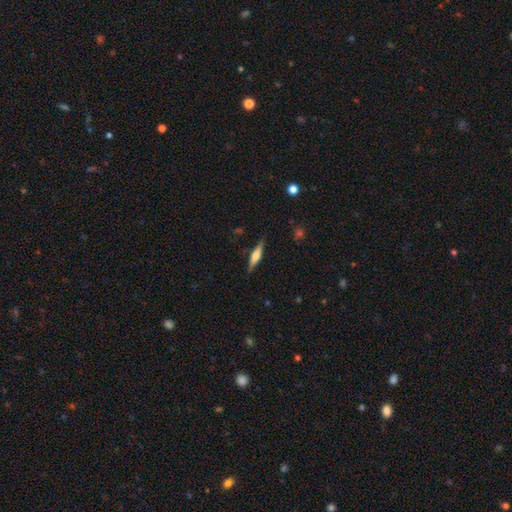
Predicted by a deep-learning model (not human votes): Smooth or featured? featured or disk (60%)
Edge-on disk? yes (97%)
Edge-on bulge? rounded (72%)
Merging? none (87%)